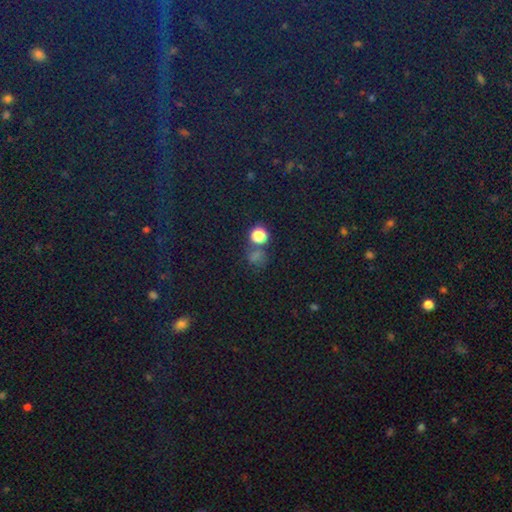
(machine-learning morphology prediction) type=smooth (54%); roundness=round (77%); merging=none (62%).